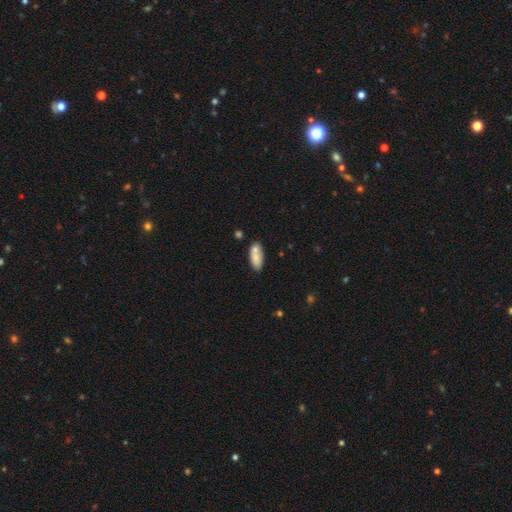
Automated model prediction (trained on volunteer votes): A smooth galaxy with no disk features (77%) that is in between round and cigar-shaped (82%). Merging: none (58%).